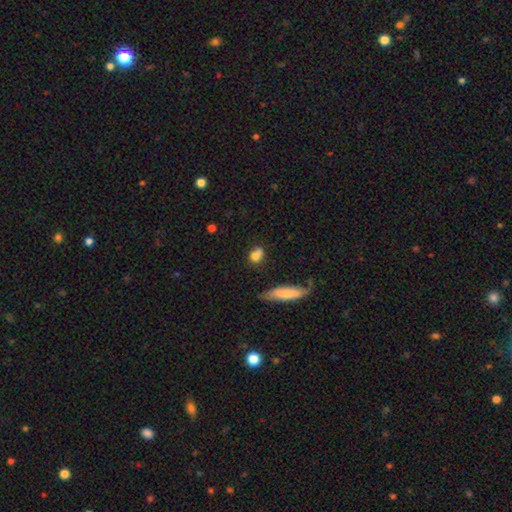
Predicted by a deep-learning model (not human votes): Smooth or featured?
  - smooth: 76% *
  - featured or disk: 12%
  - star or artifact: 12%
How rounded?
  - in between: 53% *
  - round: 41%
  - cigar-shaped: 6%
Merging?
  - none: 52% *
  - merger: 22%
  - minor disturbance: 20%
  - major disturbance: 7%